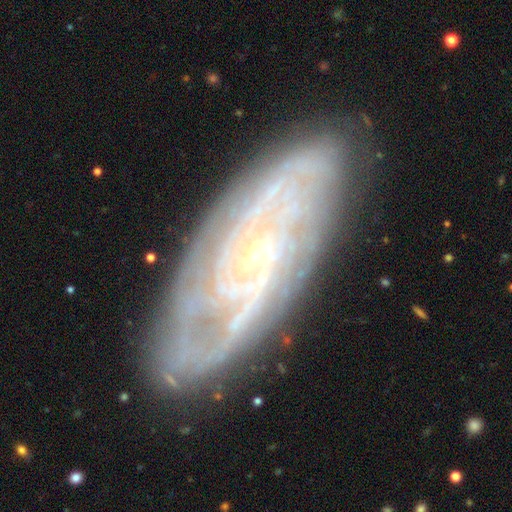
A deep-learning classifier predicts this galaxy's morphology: This is clearly a featured or disk galaxy (85%). It is clearly not viewed edge-on (91%). Bar: likely no (66%). Spiral arm pattern: clearly yes (96%). Spiral arm count: marginally can't tell (31%). Spiral winding: likely tight (68%). Central bulge: clearly small (86%). Merging: clearly none (82%).